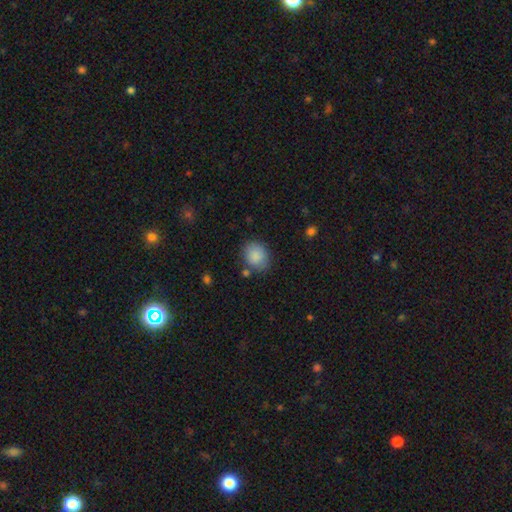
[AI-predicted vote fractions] This is clearly a smooth galaxy (87%). How rounded: possibly round (59%). Merging: likely none (75%).